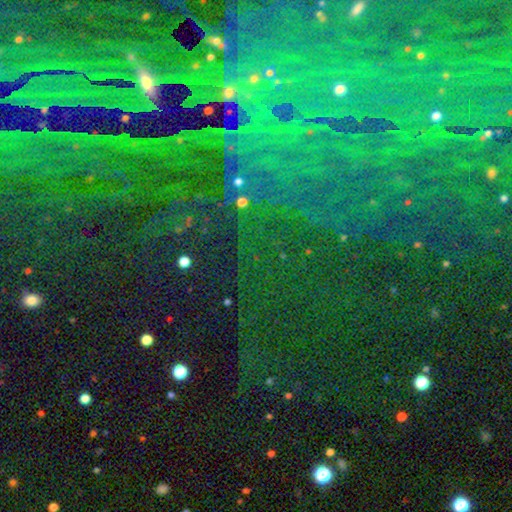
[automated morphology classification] A star or artifact, not a galaxy (81%).